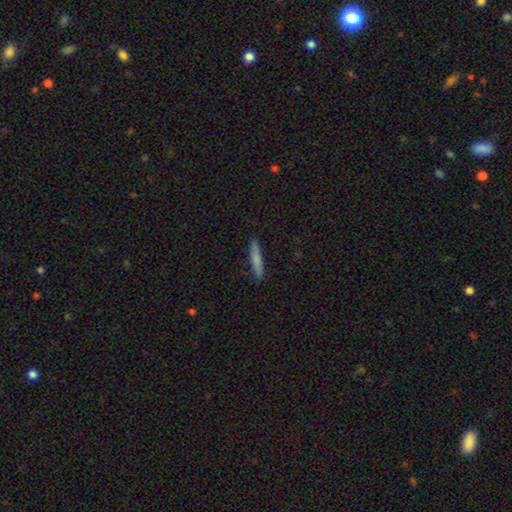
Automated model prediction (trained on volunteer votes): Smooth or featured: smooth — 71% (featured or disk — 23%)
How rounded: cigar-shaped — 93% (in between — 6%)
Merging: none — 89% (minor disturbance — 8%)